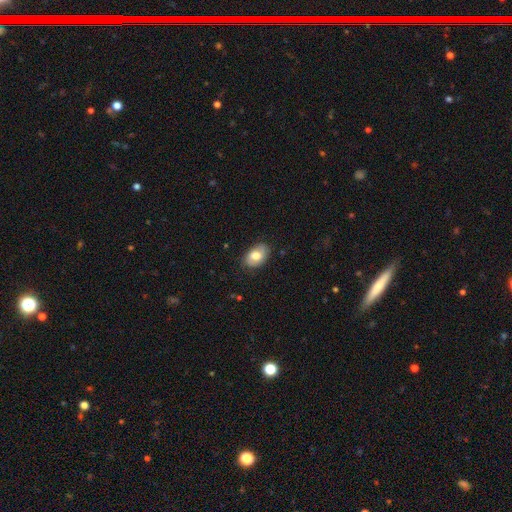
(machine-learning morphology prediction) smooth 74%, featured or disk 19%, star or artifact 7%. Down the decision tree: how rounded — in between (88%); merging — none (81%).